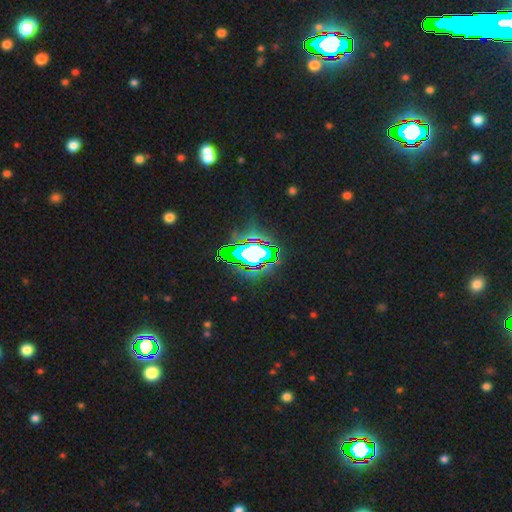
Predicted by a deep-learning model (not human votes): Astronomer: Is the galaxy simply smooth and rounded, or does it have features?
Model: star or artifact — 66%.